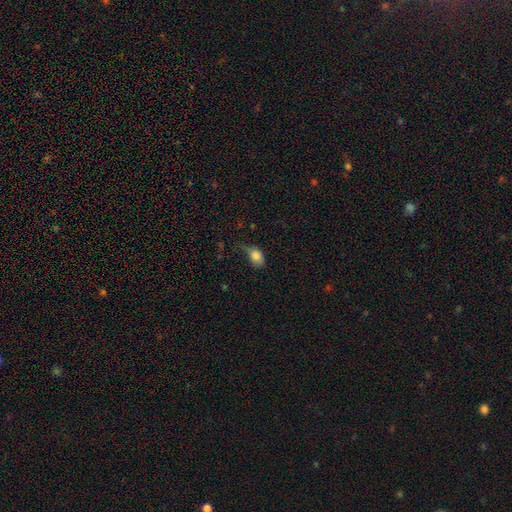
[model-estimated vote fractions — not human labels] smooth-or-featured: smooth: 82% | featured or disk: 10% | star or artifact: 9%
  how-rounded: in between: 75% | round: 23% | cigar-shaped: 2%
  merging: minor disturbance: 38% | none: 30% | major disturbance: 29% | merger: 3%